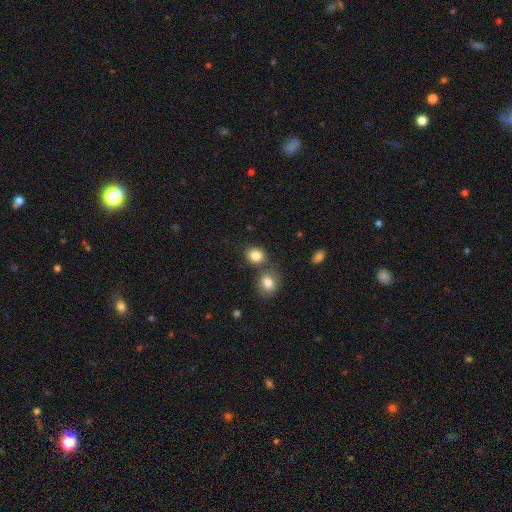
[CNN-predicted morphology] Smooth or featured?
  - smooth: 84% *
  - star or artifact: 10%
  - featured or disk: 6%
How rounded?
  - round: 62% *
  - in between: 37%
  - cigar-shaped: 1%
Merging?
  - none: 65% *
  - merger: 22%
  - minor disturbance: 10%
  - major disturbance: 3%